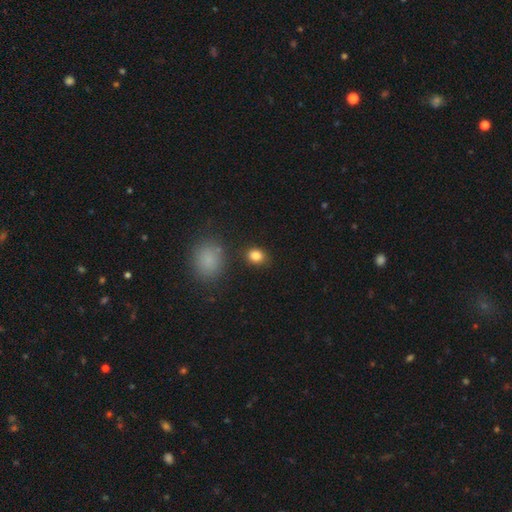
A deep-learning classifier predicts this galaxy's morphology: Overall: smooth (85%). How rounded: round (56%; in between 43%). Merging: none (82%).